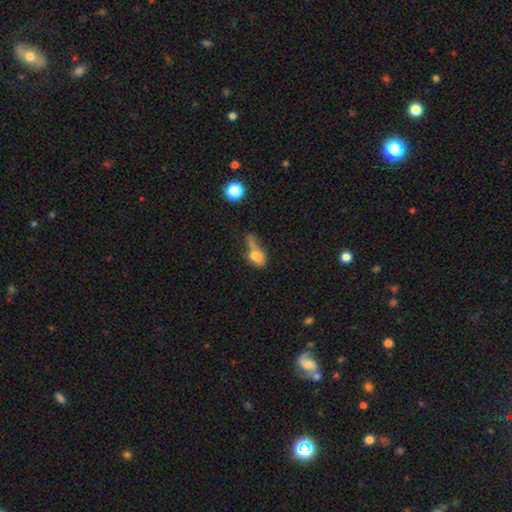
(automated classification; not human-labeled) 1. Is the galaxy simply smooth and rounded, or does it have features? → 65% smooth, 22% featured or disk, 14% star or artifact.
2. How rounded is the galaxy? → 69% in between, 18% round, 13% cigar-shaped.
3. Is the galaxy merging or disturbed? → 31% merger, 28% major disturbance, 22% none, 19% minor disturbance.